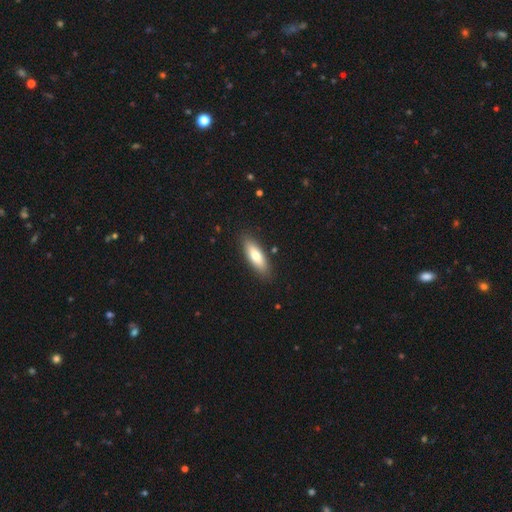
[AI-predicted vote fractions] smooth 73%, featured or disk 22%, star or artifact 6%. Down the decision tree: how rounded — in between (56%); merging — none (87%).